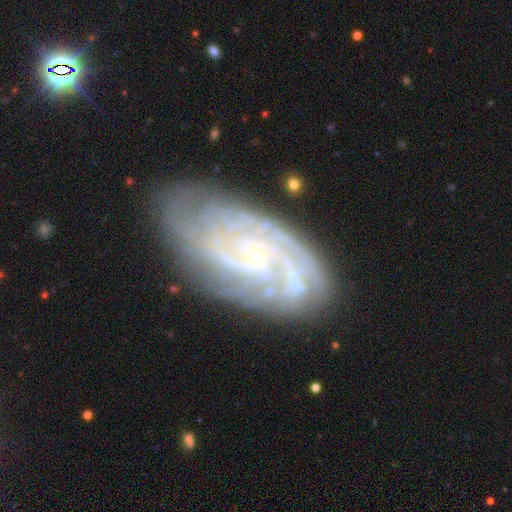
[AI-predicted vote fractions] Q: Smooth or featured?
A: featured or disk (88%); runner-up: star or artifact (6%)
Q: Edge-on disk?
A: no (96%); runner-up: yes (4%)
Q: Bar?
A: no (65%); runner-up: weak (26%)
Q: Spiral arms?
A: yes (97%); runner-up: no (3%)
Q: Spiral winding?
A: tight (69%); runner-up: medium (27%)
Q: Spiral arm count?
A: 4 (23%); runner-up: can't tell (22%)
Q: Bulge size?
A: small (85%); runner-up: moderate (9%)
Q: Merging?
A: none (73%); runner-up: minor disturbance (18%)